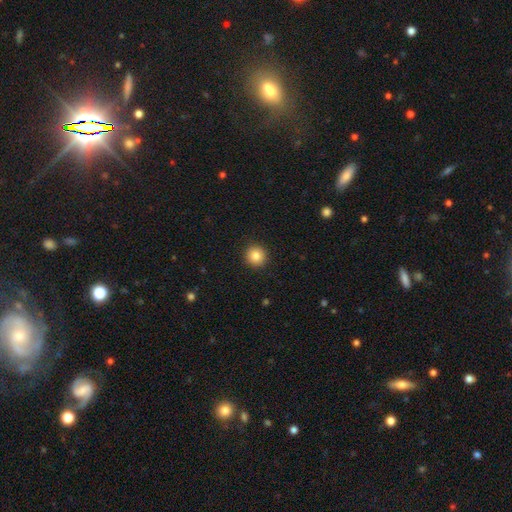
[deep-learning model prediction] A smooth galaxy with no disk features (84%) that is round (94%). Merging: none (92%).